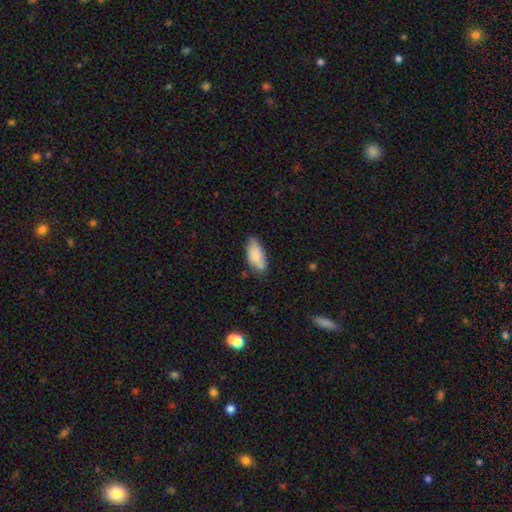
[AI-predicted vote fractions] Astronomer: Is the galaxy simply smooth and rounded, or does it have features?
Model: smooth — 84%.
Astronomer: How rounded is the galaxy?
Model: in between — 87%.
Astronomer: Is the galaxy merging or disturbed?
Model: none — 67%.